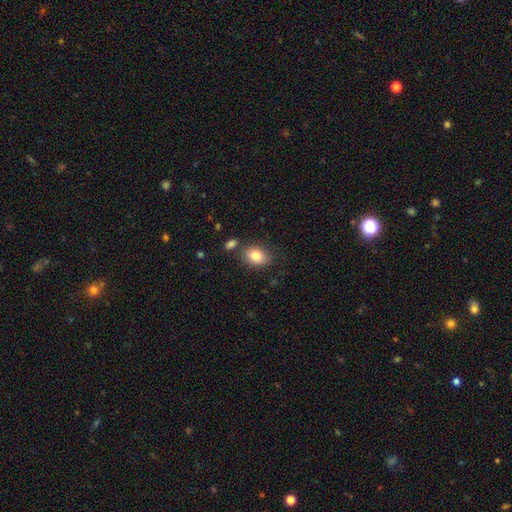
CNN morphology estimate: Smooth or featured: smooth — 83% (star or artifact — 9%)
How rounded: in between — 70% (round — 29%)
Merging: none — 77% (minor disturbance — 12%)